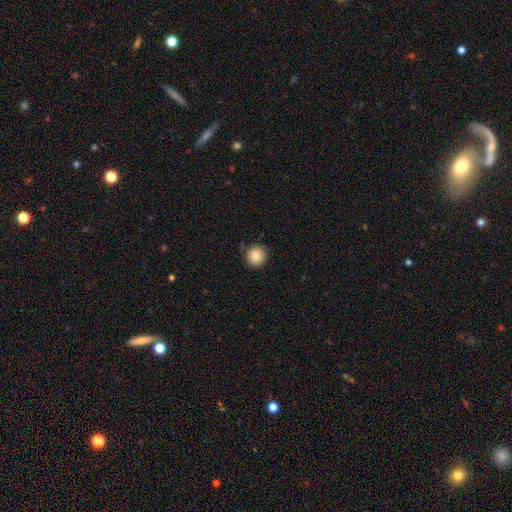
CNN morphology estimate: smooth-or-featured: smooth: 87% | star or artifact: 9% | featured or disk: 4%
  how-rounded: round: 95% | in between: 4% | cigar-shaped: 1%
  merging: none: 86% | minor disturbance: 10% | major disturbance: 2% | merger: 2%